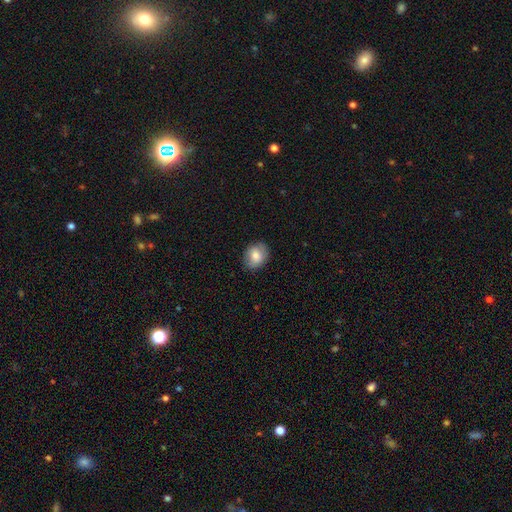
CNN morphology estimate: smooth 79%, featured or disk 13%, star or artifact 8%. Down the decision tree: how rounded — round (52%); merging — none (85%).